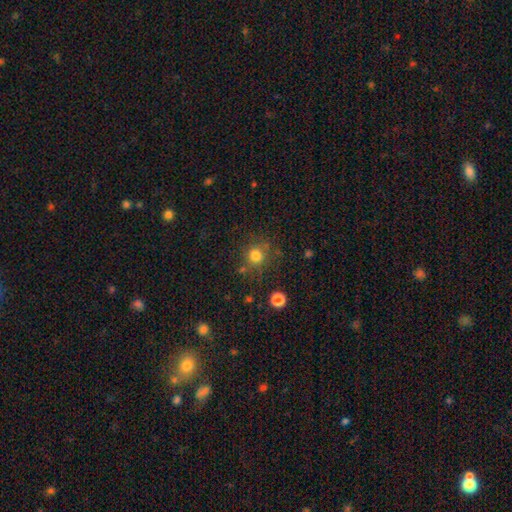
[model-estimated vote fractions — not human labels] A smooth galaxy with no disk features (78%) that is round (91%). Merging: none (74%).